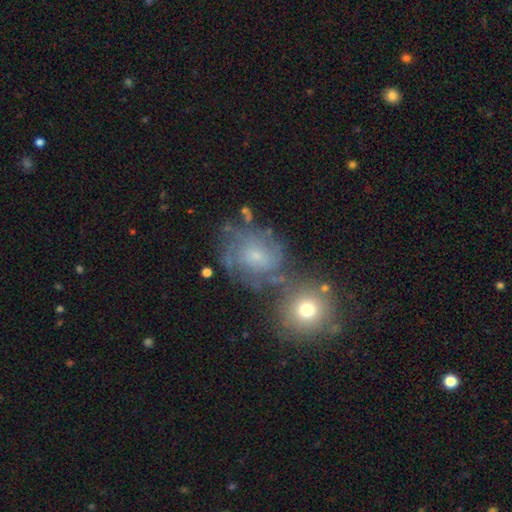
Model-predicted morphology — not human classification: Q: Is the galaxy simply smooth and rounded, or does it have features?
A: featured or disk — 59%.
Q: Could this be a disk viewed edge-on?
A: no — 97%.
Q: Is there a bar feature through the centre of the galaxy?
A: no — 73%.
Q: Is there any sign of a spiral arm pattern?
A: yes — 79%.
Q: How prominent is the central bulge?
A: small — 57%.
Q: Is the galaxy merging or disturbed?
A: none — 53%.